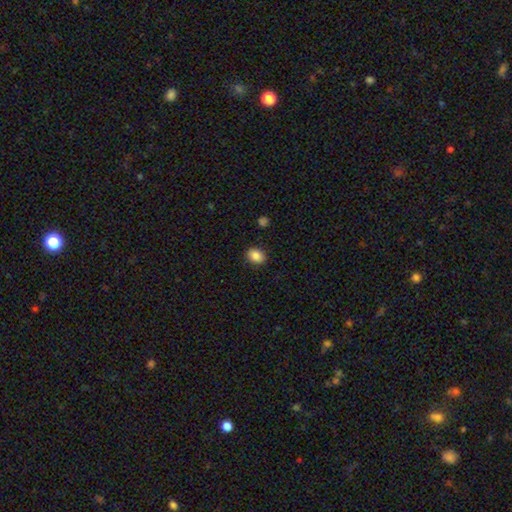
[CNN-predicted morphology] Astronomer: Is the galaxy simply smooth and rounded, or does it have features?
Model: smooth — 87%.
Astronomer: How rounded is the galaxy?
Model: in between — 62% (runner-up: round, 37%).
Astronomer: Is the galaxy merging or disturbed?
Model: none — 89%.